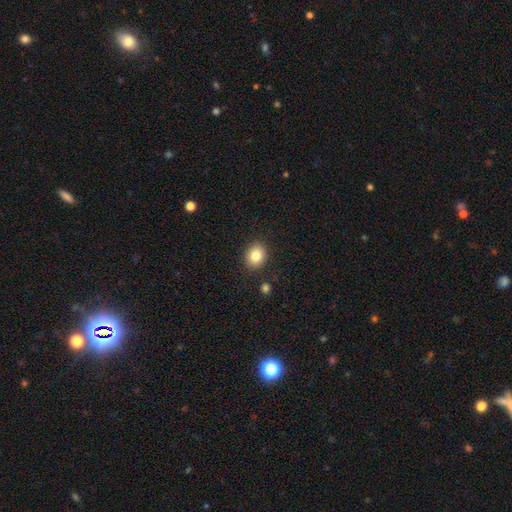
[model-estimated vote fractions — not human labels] This is clearly a smooth galaxy (83%). How rounded: likely round (64%). Merging: clearly none (88%).